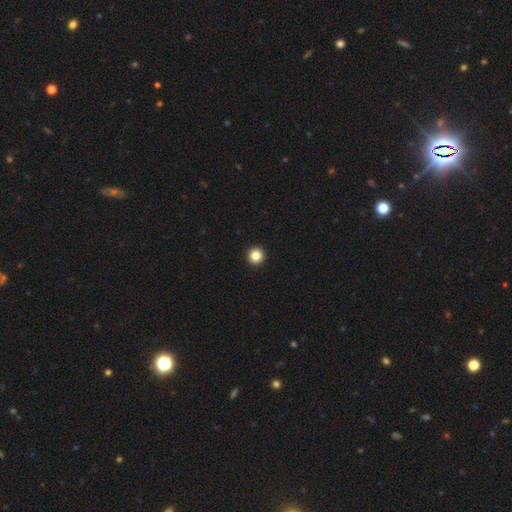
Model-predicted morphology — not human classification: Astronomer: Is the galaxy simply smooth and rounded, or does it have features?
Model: smooth — 85%.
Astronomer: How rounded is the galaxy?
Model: round — 97%.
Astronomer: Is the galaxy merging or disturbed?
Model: none — 95%.